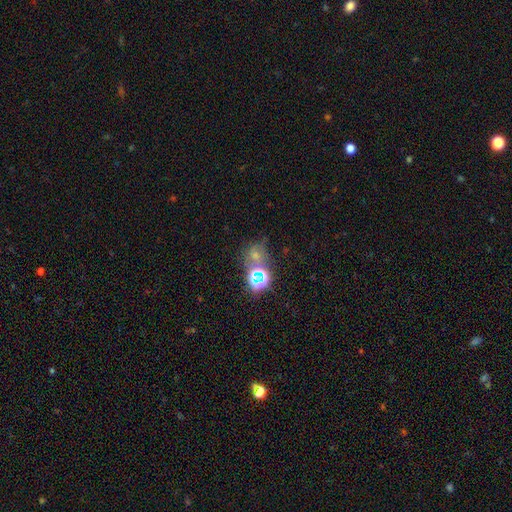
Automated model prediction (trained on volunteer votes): Q: Smooth or featured?
A: star or artifact (42%); runner-up: smooth (41%)